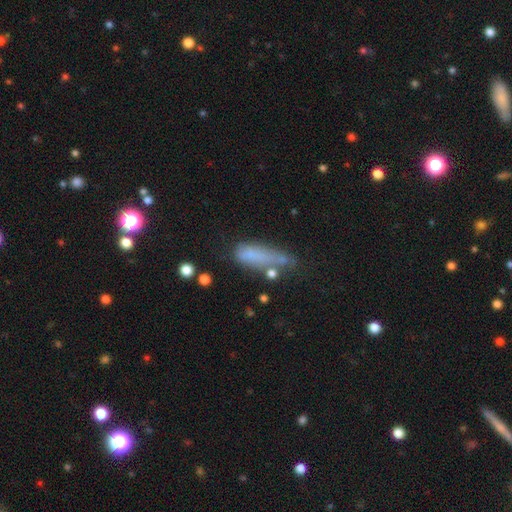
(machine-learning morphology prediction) Q: Smooth or featured?
A: smooth (62%); runner-up: featured or disk (24%)
Q: How rounded?
A: cigar-shaped (52%); runner-up: in between (45%)
Q: Merging?
A: none (32%); runner-up: minor disturbance (30%)